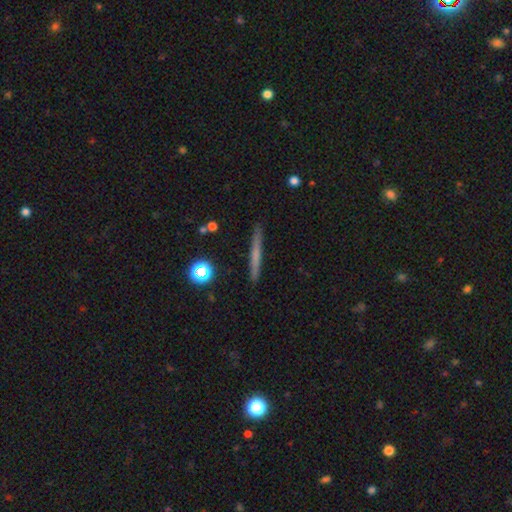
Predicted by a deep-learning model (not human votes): This appears to be a smooth galaxy with no disk features (55%) that is cigar-shaped (95%). Merging: none (91%).